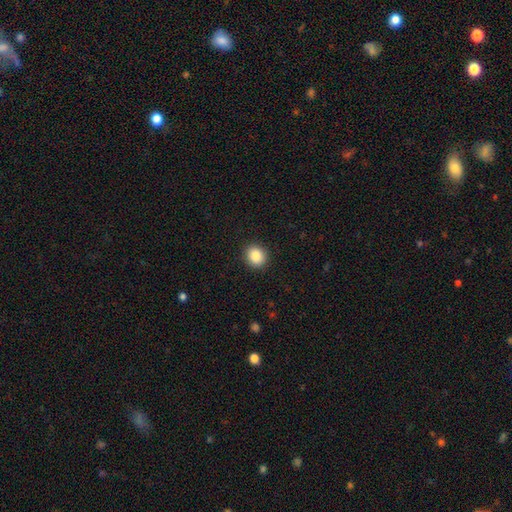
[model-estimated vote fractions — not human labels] This appears to be a smooth galaxy with no disk features (87%) that is round (71%). Merging: none (91%).